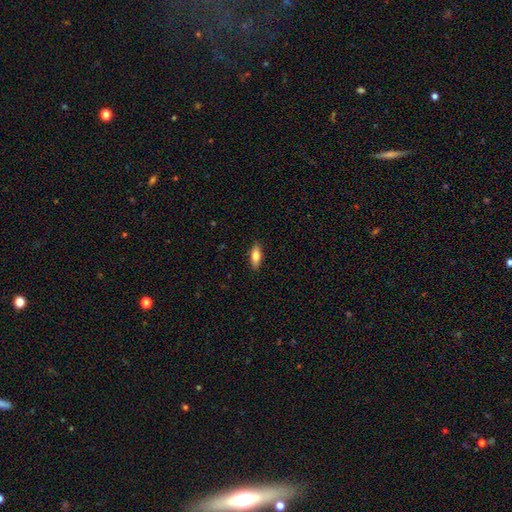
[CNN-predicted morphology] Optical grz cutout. It shows a smooth galaxy with no disk features (75%) that is in between round and cigar-shaped (68%). Merging: none (88%).